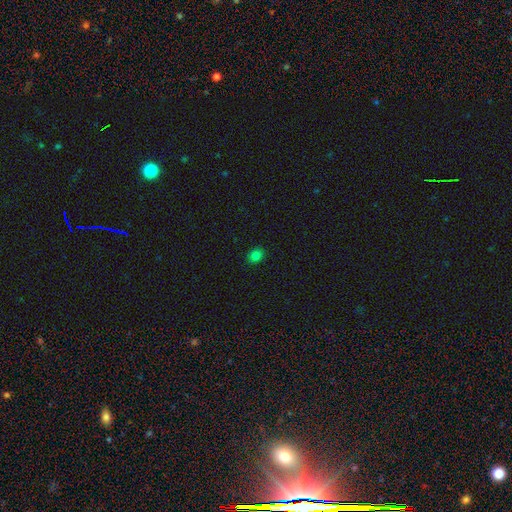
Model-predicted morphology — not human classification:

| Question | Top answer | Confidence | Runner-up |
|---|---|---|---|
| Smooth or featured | smooth | 80% | star or artifact (15%) |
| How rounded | round | 54% | in between (45%) |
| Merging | none | 89% | minor disturbance (8%) |